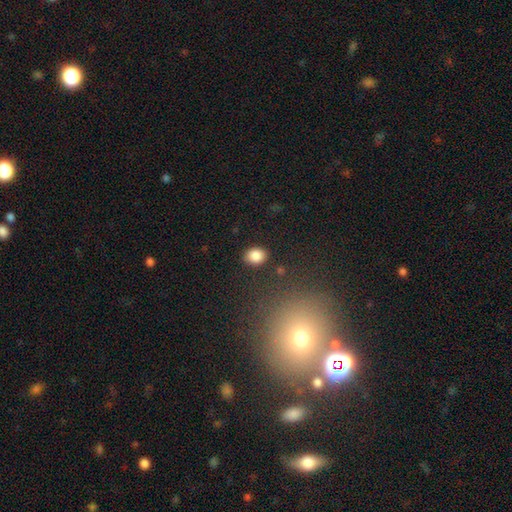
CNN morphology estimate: A smooth galaxy with no disk features (86%) that is in between round and cigar-shaped (52%).

Vote fractions:
- Smooth or featured? smooth: 86% / star or artifact: 9% / featured or disk: 5%
- How rounded? in between: 52% / round: 47% / cigar-shaped: 1%
- Merging? none: 86% / minor disturbance: 9% / major disturbance: 3% / merger: 2%